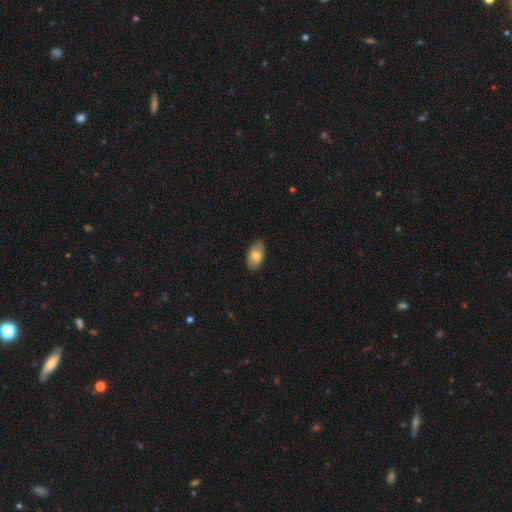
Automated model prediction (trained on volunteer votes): This is likely a smooth galaxy (77%). How rounded: clearly in between (93%). Merging: clearly none (82%).